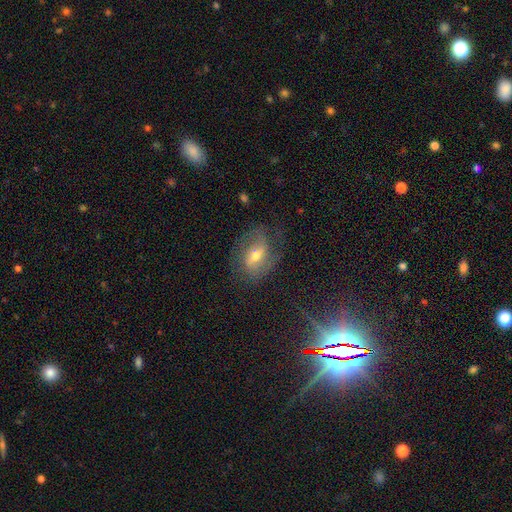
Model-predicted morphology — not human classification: This is likely a featured or disk galaxy (65%). It is clearly not viewed edge-on (93%). Bar: marginally weak (44%). Spiral arm pattern: clearly yes (81%). Central bulge: likely moderate (68%). Merging: likely none (64%).